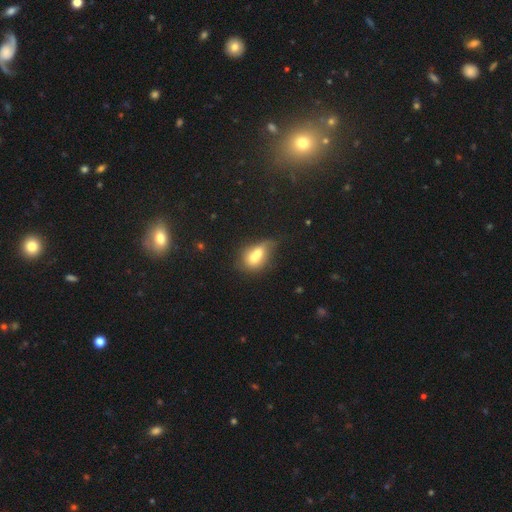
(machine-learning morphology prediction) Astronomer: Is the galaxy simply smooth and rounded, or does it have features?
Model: smooth — 63%.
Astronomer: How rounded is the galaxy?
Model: in between — 62%.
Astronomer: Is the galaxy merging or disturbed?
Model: merger — 71%.